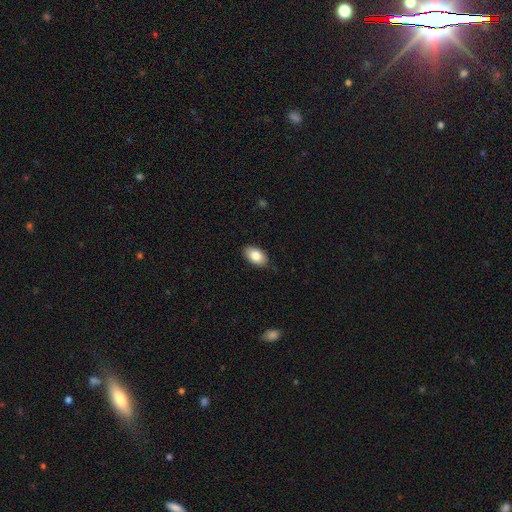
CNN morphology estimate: Smooth or featured: smooth — 84% (featured or disk — 9%)
How rounded: in between — 93% (round — 6%)
Merging: none — 86% (minor disturbance — 11%)